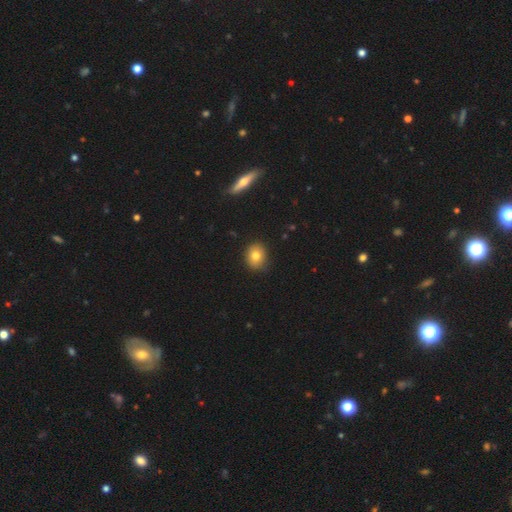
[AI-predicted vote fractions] Smooth or featured? smooth (80%)
How rounded? round (62%)
Merging? none (87%)